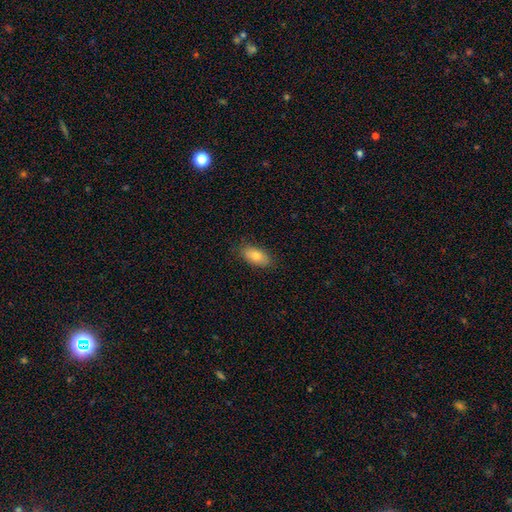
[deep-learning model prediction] smooth 77%, featured or disk 15%, star or artifact 7%. Down the decision tree: how rounded — in between (90%); merging — none (86%).